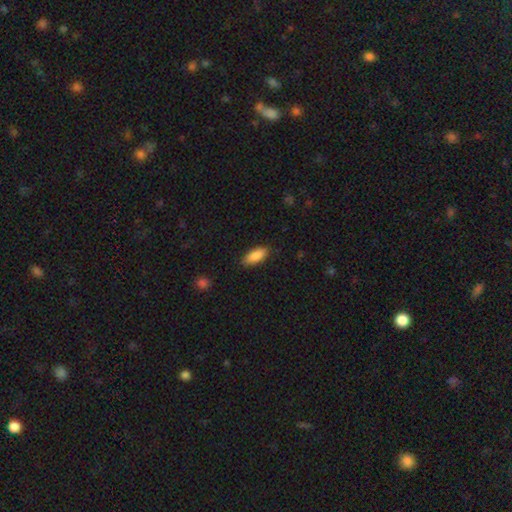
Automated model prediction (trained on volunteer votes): Smooth or featured? smooth (88%)
How rounded? in between (79%)
Merging? none (86%)